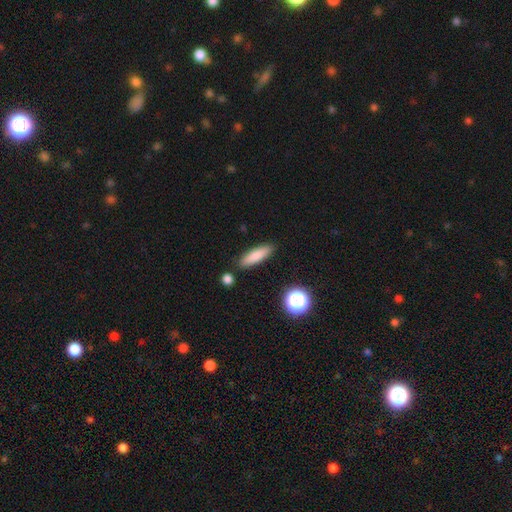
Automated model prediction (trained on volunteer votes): Morphology: type=smooth (81%); roundness=cigar-shaped (64%); merging=none (87%).